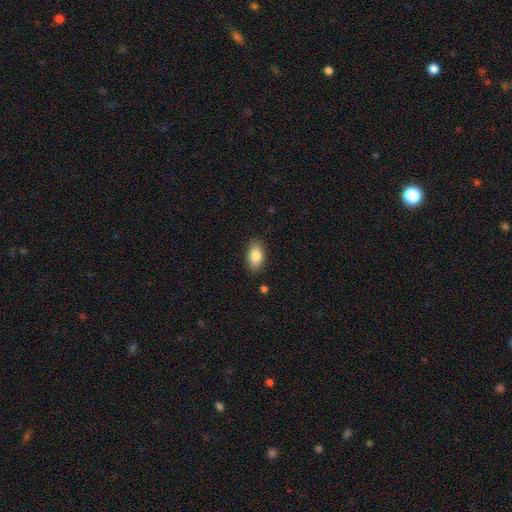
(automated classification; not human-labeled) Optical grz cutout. It shows a smooth galaxy with no disk features (85%) that is in between round and cigar-shaped (91%). Merging: none (86%).